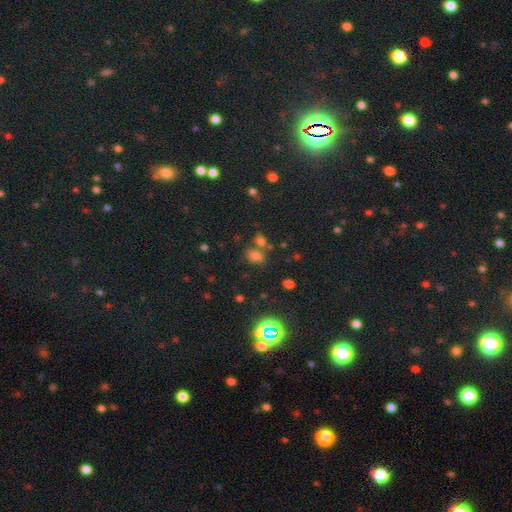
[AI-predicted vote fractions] Smooth or featured? smooth (56%)
How rounded? in between (65%)
Merging? none (61%)